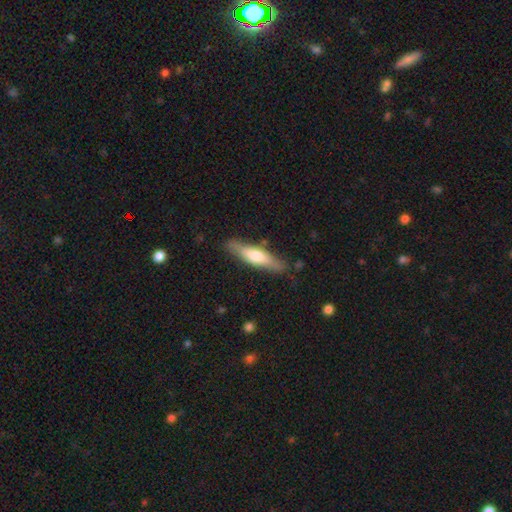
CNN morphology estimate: smooth-or-featured: smooth: 56% | featured or disk: 39% | star or artifact: 5%
  how-rounded: cigar-shaped: 76% | in between: 23% | round: 2%
  merging: none: 82% | minor disturbance: 13% | major disturbance: 3% | merger: 2%